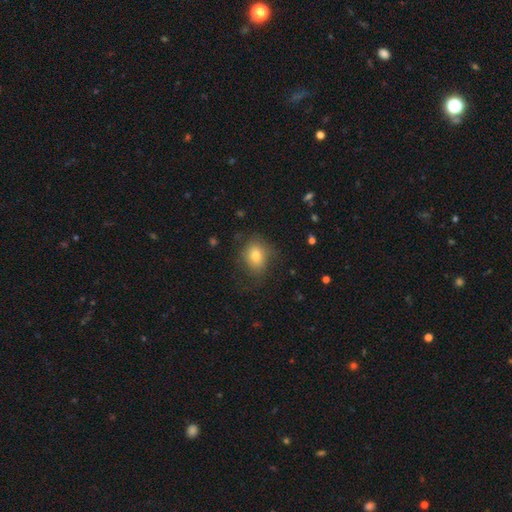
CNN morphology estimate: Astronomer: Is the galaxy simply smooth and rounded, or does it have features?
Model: smooth — 76%.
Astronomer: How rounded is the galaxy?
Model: round — 52% (runner-up: in between, 47%).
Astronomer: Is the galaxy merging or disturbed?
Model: none — 68%.